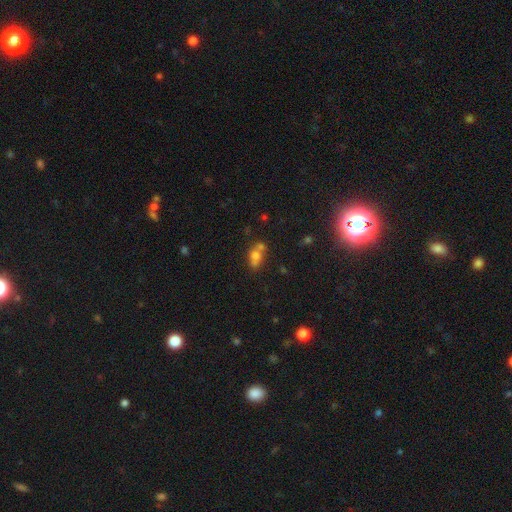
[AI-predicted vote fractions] The model was most divided on "merging": merger: 45%, none: 37%, minor disturbance: 12%, major disturbance: 6%. More confident: smooth or featured — smooth (64%); how rounded — in between (54%).